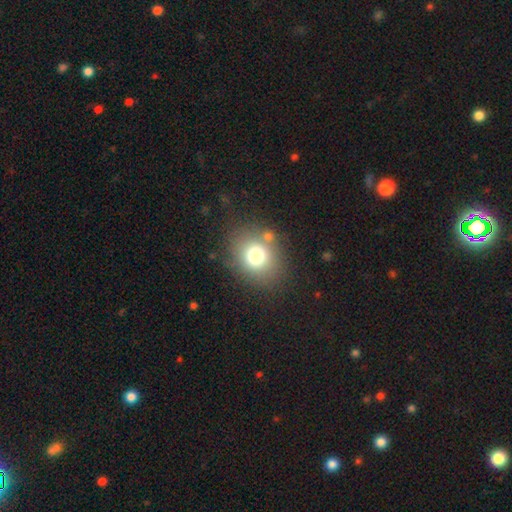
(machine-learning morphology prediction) A smooth galaxy with no disk features (74%) that is round (61%).

Vote fractions:
- Smooth or featured? smooth: 74% / star or artifact: 14% / featured or disk: 12%
- How rounded? round: 61% / in between: 38% / cigar-shaped: 1%
- Merging? none: 74% / minor disturbance: 12% / merger: 8% / major disturbance: 6%